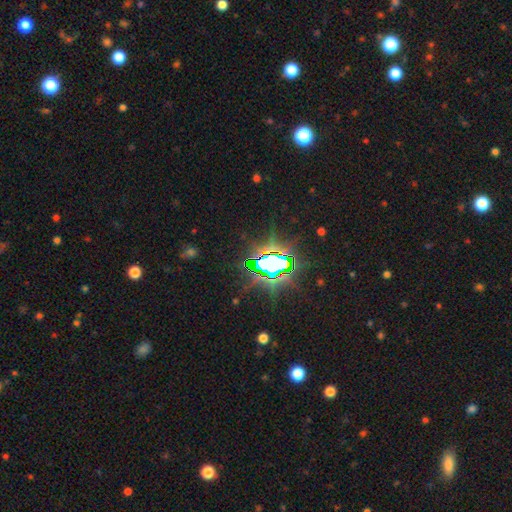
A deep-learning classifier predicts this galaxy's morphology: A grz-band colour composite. It shows a star or artifact, not a galaxy (82%).